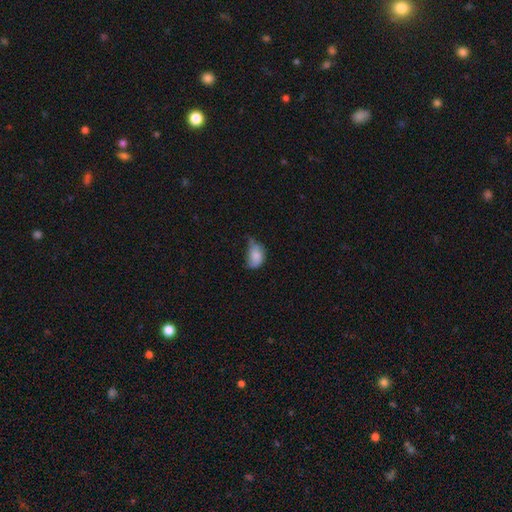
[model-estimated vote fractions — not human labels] A smooth galaxy with no disk features (76%) that is in between round and cigar-shaped (80%). Merging: minor disturbance (47%).